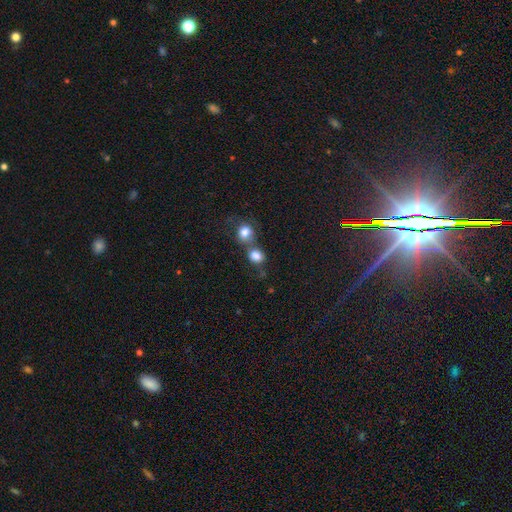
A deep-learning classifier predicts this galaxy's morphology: smooth-or-featured: smooth: 83% | star or artifact: 10% | featured or disk: 7%
  how-rounded: round: 62% | in between: 37% | cigar-shaped: 1%
  merging: merger: 48% | none: 38% | minor disturbance: 9% | major disturbance: 5%